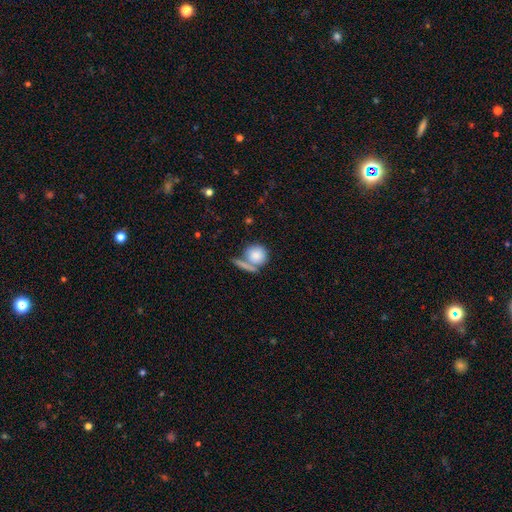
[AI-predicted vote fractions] Smooth or featured? Predicted: smooth (p=0.79). How rounded? Predicted: round (p=0.82). Merging? Predicted: none (p=0.49).